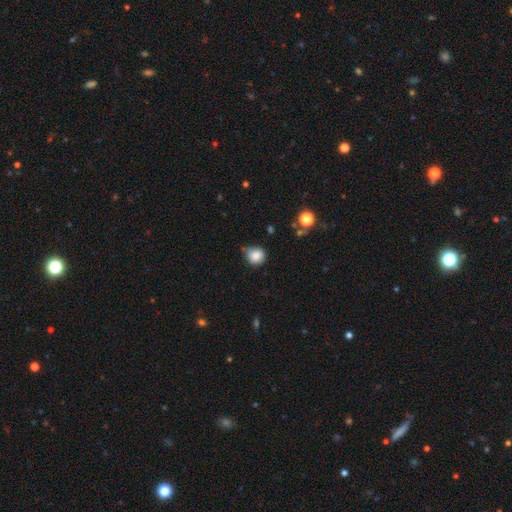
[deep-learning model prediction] Overall: smooth (85%). How rounded: round (88%). Merging: none (68%).